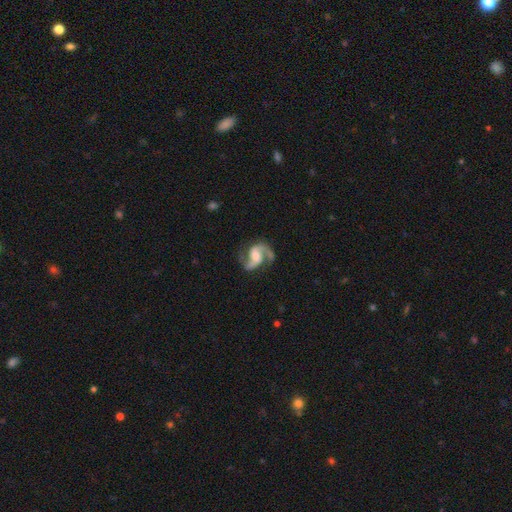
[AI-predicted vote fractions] This is clearly a featured or disk galaxy (91%). It is clearly not viewed edge-on (98%). Bar: marginally weak (42%). Spiral arm pattern: clearly yes (98%). Spiral arm count: clearly 2 (93%). Spiral winding: possibly medium (55%). Central bulge: possibly moderate (50%). Merging: likely none (74%).